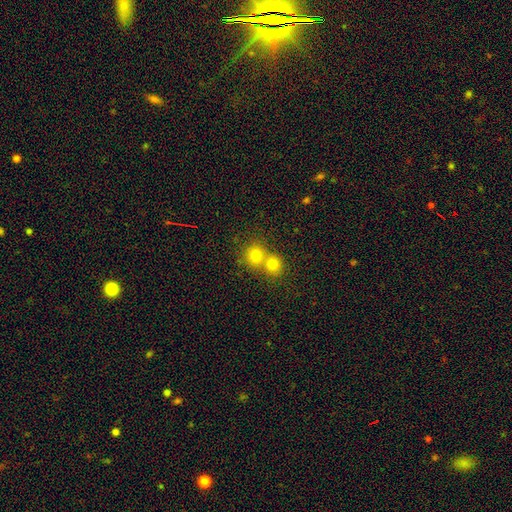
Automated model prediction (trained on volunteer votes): smooth 78%, star or artifact 13%, featured or disk 9%. Down the decision tree: how rounded — round (83%); merging — merger (51%).